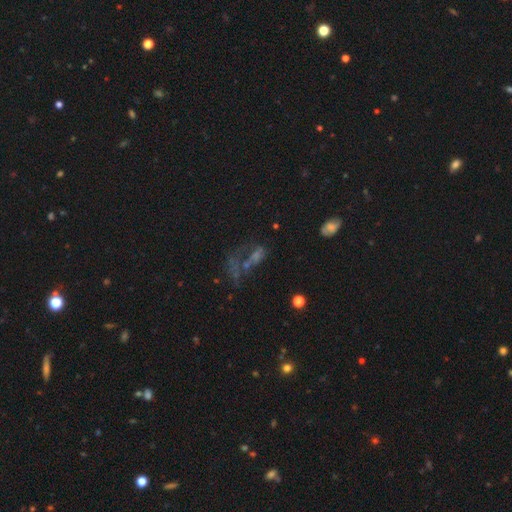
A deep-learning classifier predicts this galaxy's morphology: Q: Smooth or featured?
A: featured or disk (36%); runner-up: star or artifact (34%)
Q: Merging?
A: major disturbance (38%); runner-up: none (28%)